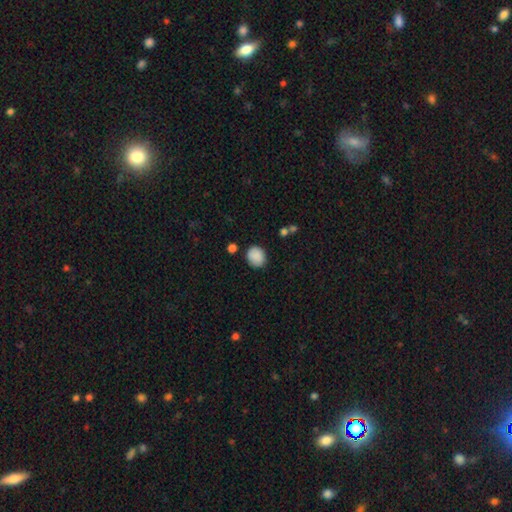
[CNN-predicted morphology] A smooth galaxy with no disk features (88%) that is round (70%). Merging: none (80%).